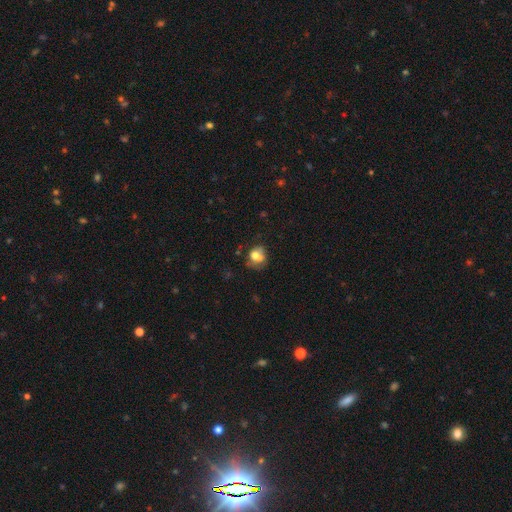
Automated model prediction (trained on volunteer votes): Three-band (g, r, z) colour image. It shows a smooth galaxy with no disk features (63%) that is round (61%). Merging: none (36%).